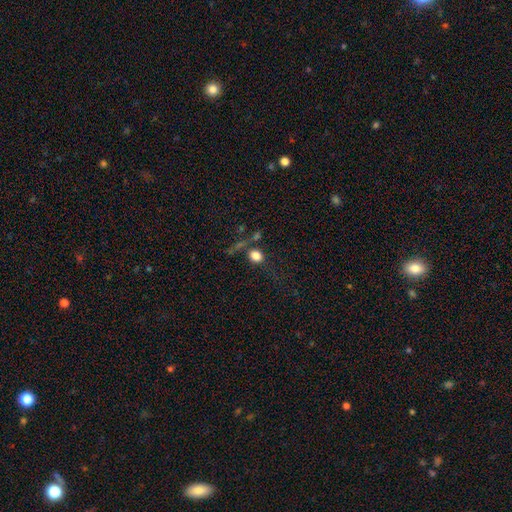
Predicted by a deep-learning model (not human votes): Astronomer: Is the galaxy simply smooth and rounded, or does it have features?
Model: smooth — 76%.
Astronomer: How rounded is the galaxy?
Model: round — 64%.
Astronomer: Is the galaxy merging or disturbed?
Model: none — 57%.